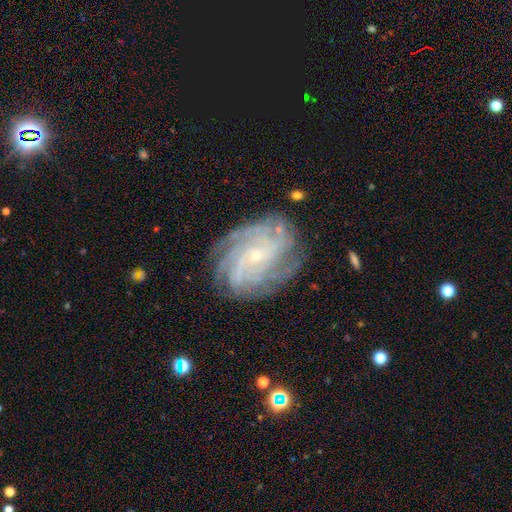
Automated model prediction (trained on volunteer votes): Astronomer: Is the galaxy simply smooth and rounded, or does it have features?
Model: featured or disk — 87%.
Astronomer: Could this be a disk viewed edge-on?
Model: no — 97%.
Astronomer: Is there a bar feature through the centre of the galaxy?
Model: no — 68%.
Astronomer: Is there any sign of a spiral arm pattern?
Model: yes — 97%.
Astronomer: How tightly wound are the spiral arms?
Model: tight — 69%.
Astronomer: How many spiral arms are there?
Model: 4 — 27% (runner-up: more than 4, 25%).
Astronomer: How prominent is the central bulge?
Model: small — 85%.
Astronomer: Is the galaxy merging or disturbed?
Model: none — 78%.